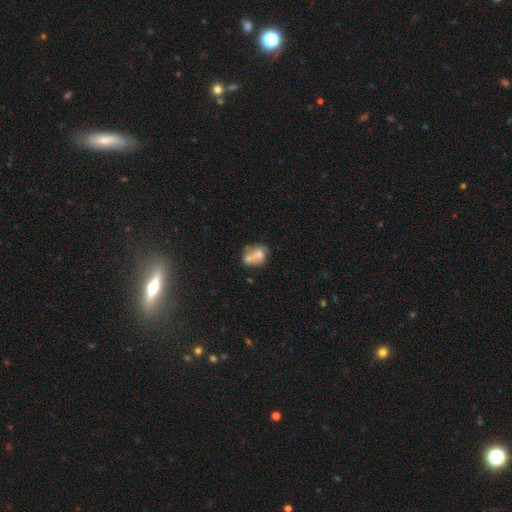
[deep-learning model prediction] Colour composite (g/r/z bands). It shows a smooth galaxy with no disk features (63%) that is in between round and cigar-shaped (58%). Merging: merger (56%).